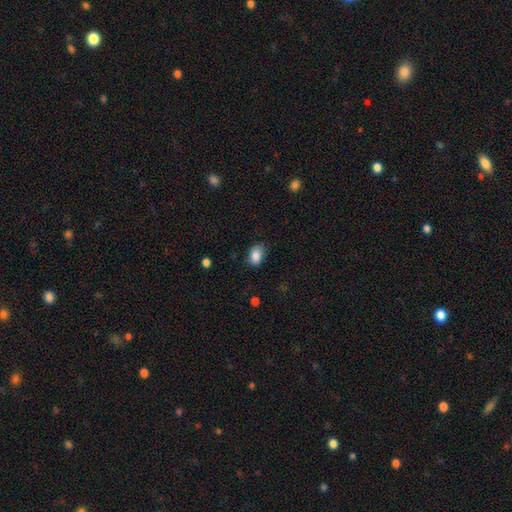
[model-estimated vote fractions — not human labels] Smooth or featured?
  - smooth: 85% *
  - star or artifact: 8%
  - featured or disk: 7%
How rounded?
  - in between: 81% *
  - round: 18%
  - cigar-shaped: 1%
Merging?
  - none: 75% *
  - minor disturbance: 20%
  - major disturbance: 4%
  - merger: 1%